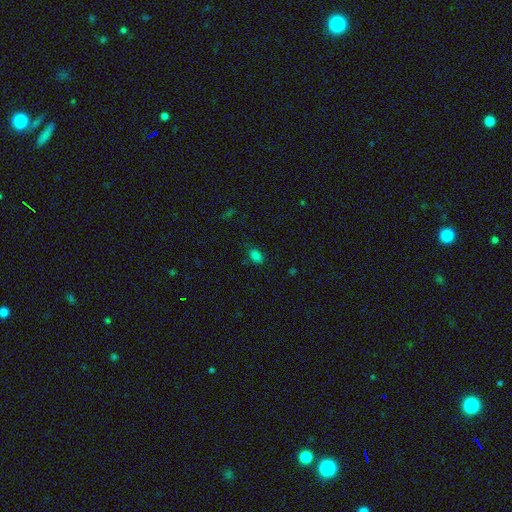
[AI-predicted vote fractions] Smooth or featured?
  - smooth: 79% *
  - star or artifact: 17%
  - featured or disk: 5%
How rounded?
  - in between: 81% *
  - round: 18%
  - cigar-shaped: 2%
Merging?
  - none: 77% *
  - minor disturbance: 17%
  - major disturbance: 4%
  - merger: 2%